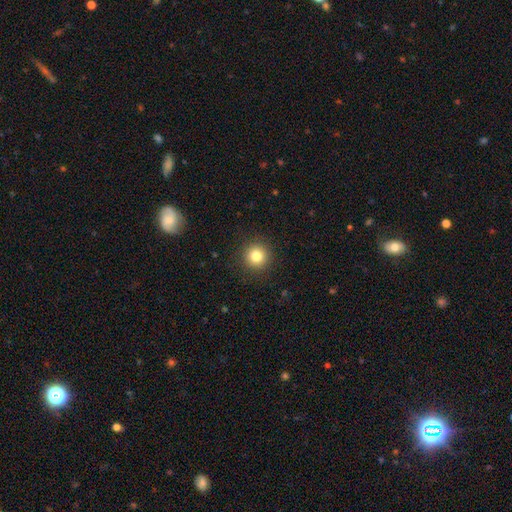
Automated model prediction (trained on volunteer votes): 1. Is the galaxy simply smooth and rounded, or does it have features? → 82% smooth, 12% star or artifact, 7% featured or disk.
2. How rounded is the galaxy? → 95% round, 4% in between, 1% cigar-shaped.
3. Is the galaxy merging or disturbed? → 92% none, 5% minor disturbance, 2% major disturbance, 1% merger.